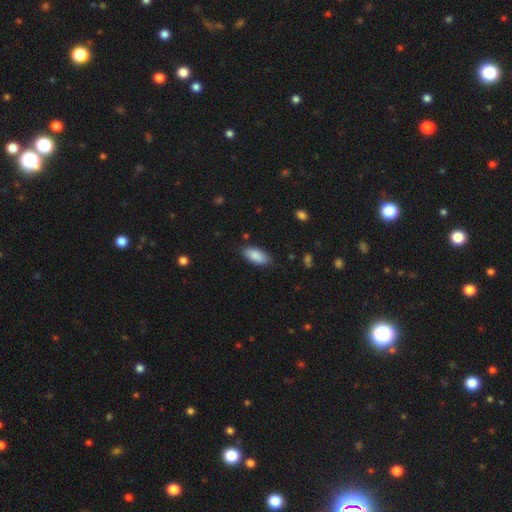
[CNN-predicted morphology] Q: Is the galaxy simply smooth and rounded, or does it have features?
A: smooth — 88%.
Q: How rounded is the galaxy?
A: in between — 91%.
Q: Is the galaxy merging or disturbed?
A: none — 83%.